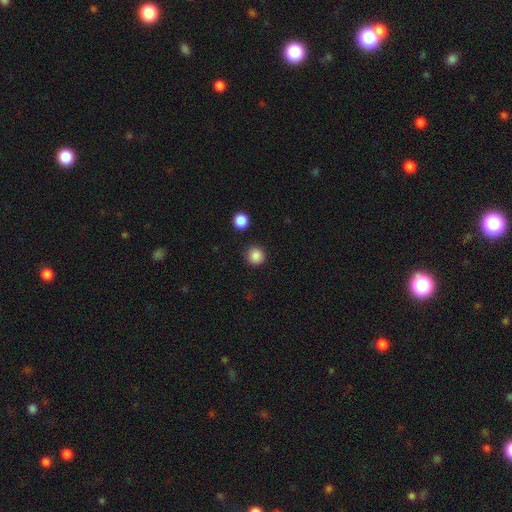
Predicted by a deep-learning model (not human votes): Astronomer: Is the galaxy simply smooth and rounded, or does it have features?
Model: smooth — 87%.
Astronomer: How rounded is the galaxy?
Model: round — 94%.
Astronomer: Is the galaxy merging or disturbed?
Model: none — 89%.